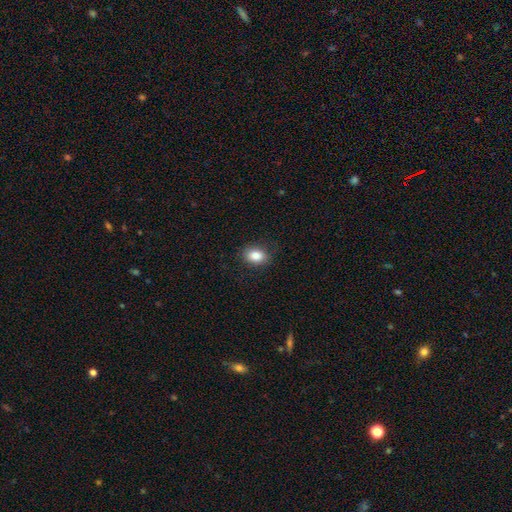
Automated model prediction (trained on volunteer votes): Q: Smooth or featured?
A: smooth (85%); runner-up: star or artifact (9%)
Q: How rounded?
A: in between (75%); runner-up: round (24%)
Q: Merging?
A: none (83%); runner-up: minor disturbance (12%)